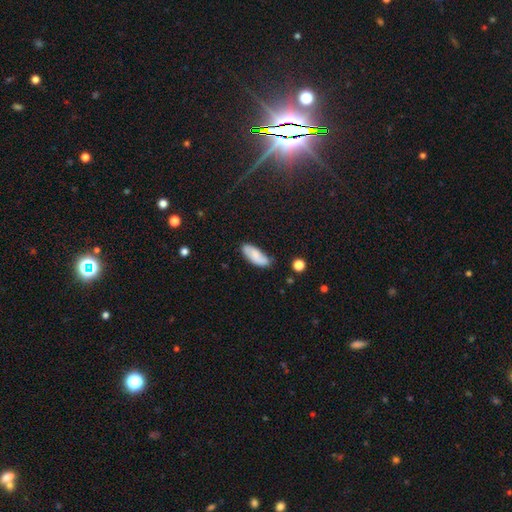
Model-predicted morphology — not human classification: Smooth or featured? Predicted: smooth (p=0.70). How rounded? Predicted: in between (p=0.76). Merging? Predicted: none (p=0.71).